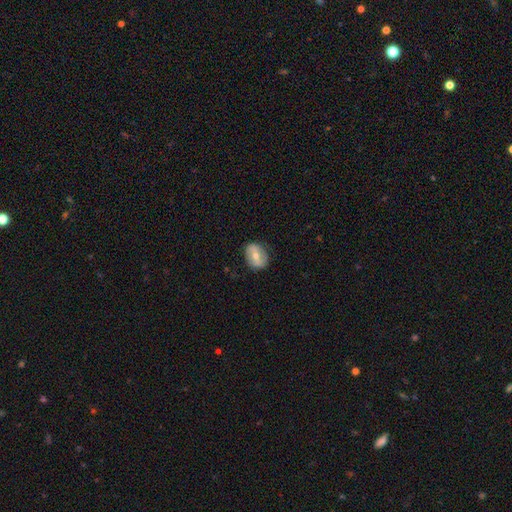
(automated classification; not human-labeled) Smooth or featured? featured or disk (49%)
Merging? none (80%)